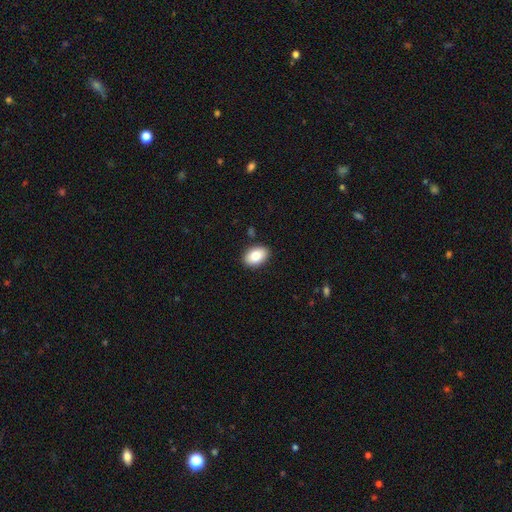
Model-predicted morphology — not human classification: Smooth or featured? Predicted: smooth (p=0.83). How rounded? Predicted: in between (p=0.89). Merging? Predicted: none (p=0.88).